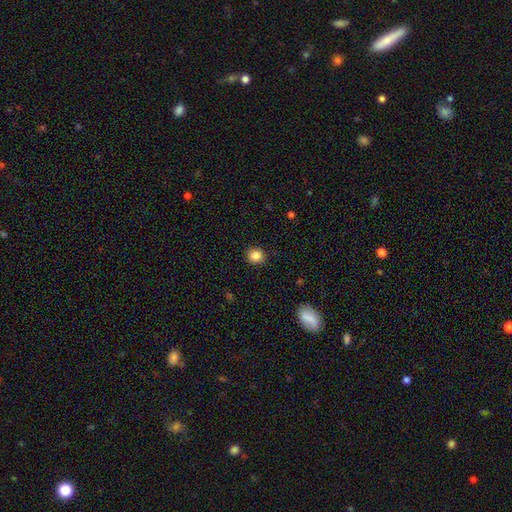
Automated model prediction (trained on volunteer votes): Smooth or featured?
  - smooth: 85% *
  - star or artifact: 10%
  - featured or disk: 4%
How rounded?
  - round: 90% *
  - in between: 9%
  - cigar-shaped: 1%
Merging?
  - none: 90% *
  - minor disturbance: 7%
  - major disturbance: 2%
  - merger: 1%